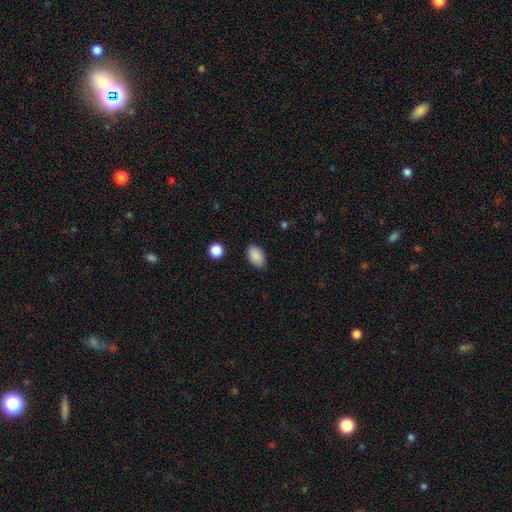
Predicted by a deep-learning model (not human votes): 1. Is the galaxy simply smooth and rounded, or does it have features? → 89% smooth, 8% star or artifact, 4% featured or disk.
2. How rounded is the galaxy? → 91% in between, 8% round, 1% cigar-shaped.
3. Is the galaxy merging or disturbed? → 86% none, 10% minor disturbance, 2% major disturbance, 1% merger.